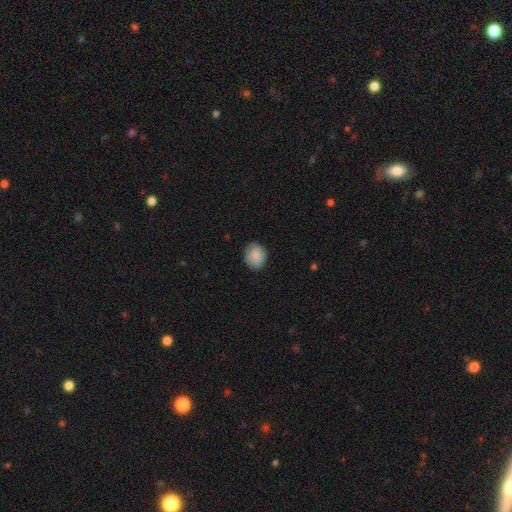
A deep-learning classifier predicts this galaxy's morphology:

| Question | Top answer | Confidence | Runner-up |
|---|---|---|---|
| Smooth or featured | smooth | 84% | featured or disk (9%) |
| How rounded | round | 65% | in between (34%) |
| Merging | none | 80% | minor disturbance (16%) |